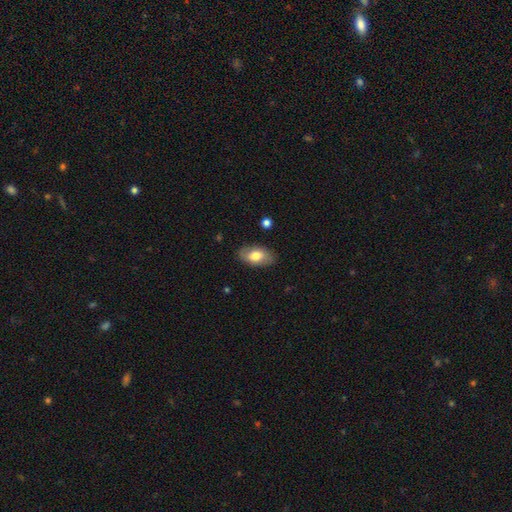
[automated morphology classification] type=smooth (70%); roundness=in between (93%); merging=none (83%).